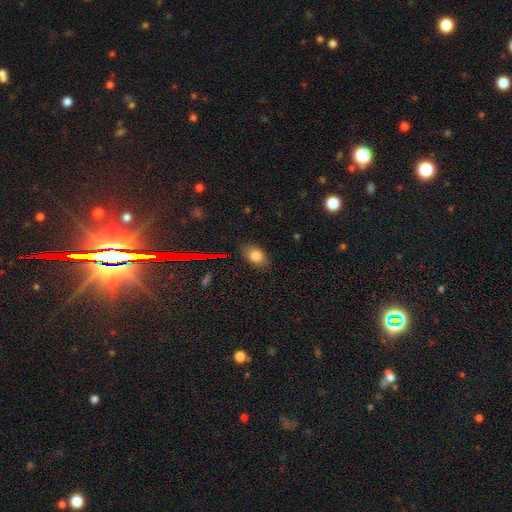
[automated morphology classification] Smooth or featured? smooth (78%)
How rounded? in between (81%)
Merging? none (84%)